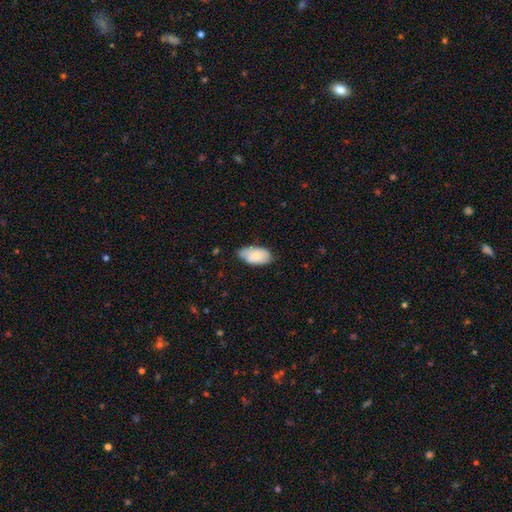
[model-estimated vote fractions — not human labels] A smooth galaxy with no disk features (73%) that is in between round and cigar-shaped (95%).

Vote fractions:
- Smooth or featured? smooth: 73% / featured or disk: 20% / star or artifact: 6%
- How rounded? in between: 95% / round: 3% / cigar-shaped: 2%
- Merging? none: 68% / minor disturbance: 27% / major disturbance: 4% / merger: 2%